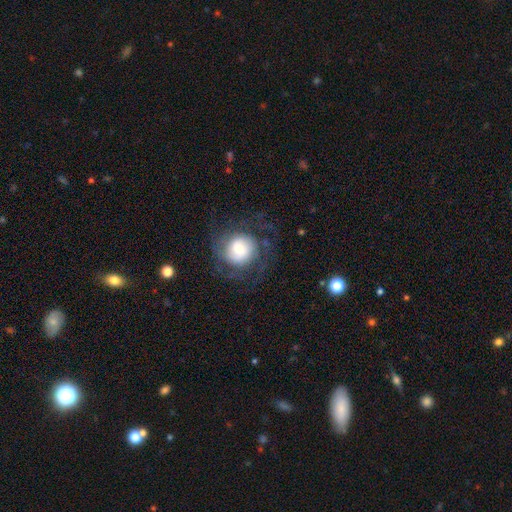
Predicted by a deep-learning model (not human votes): The model was most divided on "smooth or featured": featured or disk: 45%, smooth: 36%, star or artifact: 19%. More confident: merging — none (75%).